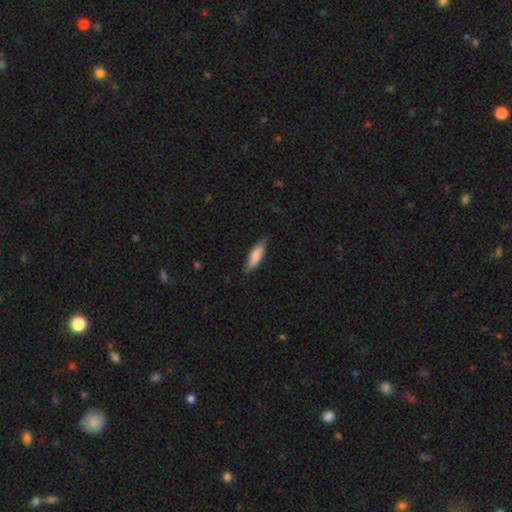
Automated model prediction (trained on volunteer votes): This appears to be a smooth galaxy with no disk features (81%) that is cigar-shaped (57%). Merging: none (78%).